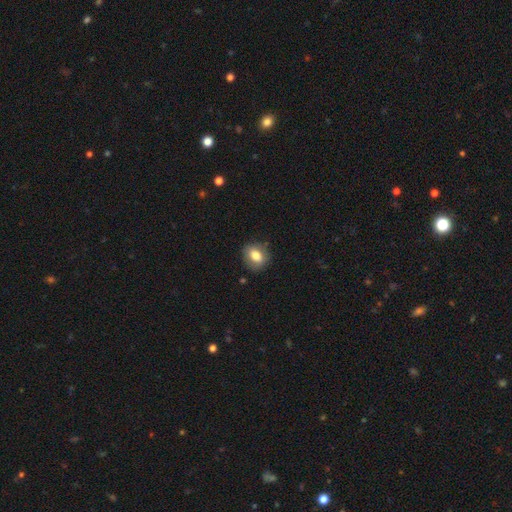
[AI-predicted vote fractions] The model was most divided on "how rounded": in between: 54%, round: 45%, cigar-shaped: 1%. More confident: merging — none (81%); smooth or featured — smooth (78%).